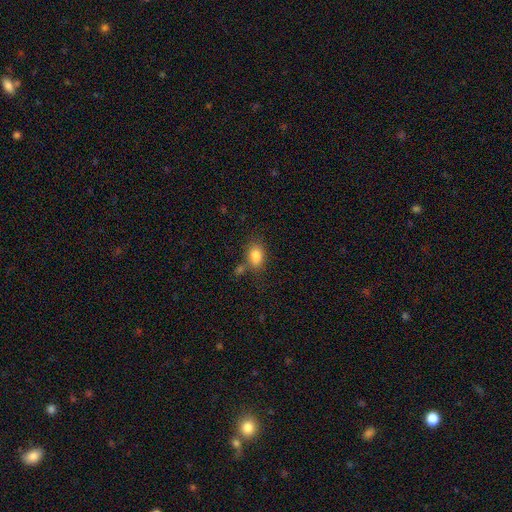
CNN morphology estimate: Overall: smooth (83%). How rounded: in between (77%). Merging: none (64%).